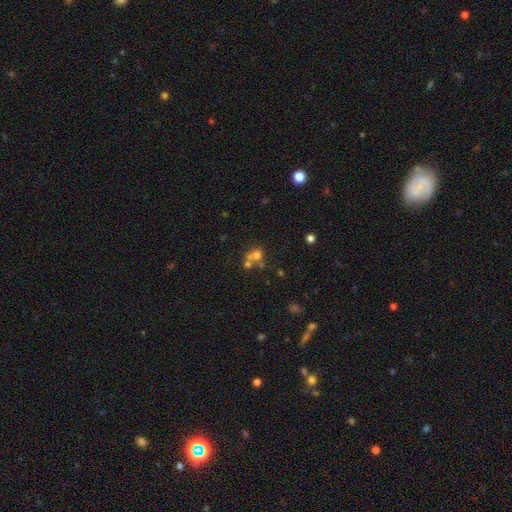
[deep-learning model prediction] The model was most divided on "merging": merger: 48%, none: 39%, minor disturbance: 8%, major disturbance: 5%. More confident: how rounded — round (79%); smooth or featured — smooth (57%).